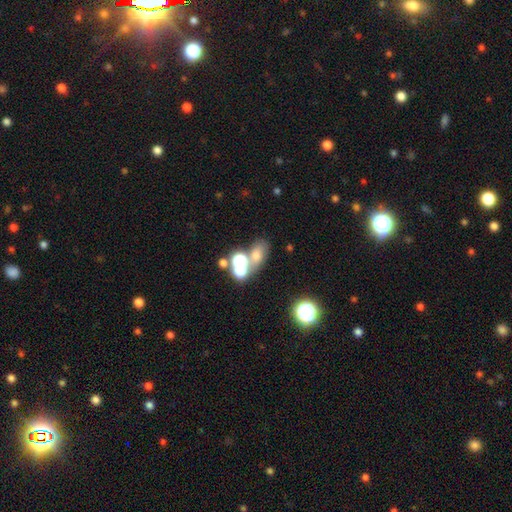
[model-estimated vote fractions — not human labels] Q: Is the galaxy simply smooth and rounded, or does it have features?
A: smooth — 56%.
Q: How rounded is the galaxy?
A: in between — 58%.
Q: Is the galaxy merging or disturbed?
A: none — 42%.